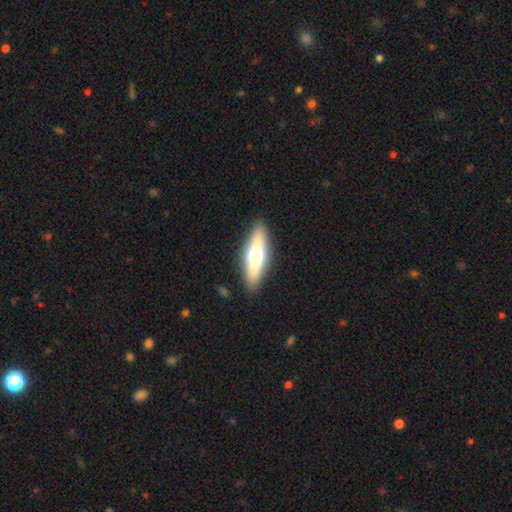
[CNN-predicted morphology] This is possibly a smooth galaxy (53%). How rounded: possibly cigar-shaped (50%). Merging: clearly none (89%).